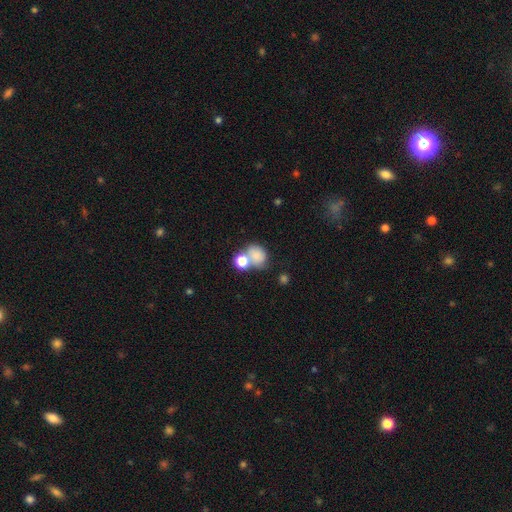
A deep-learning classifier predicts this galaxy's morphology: The model was most divided on "merging": merger: 42%, none: 37%, minor disturbance: 13%, major disturbance: 7%. More confident: smooth or featured — smooth (75%); how rounded — round (61%).